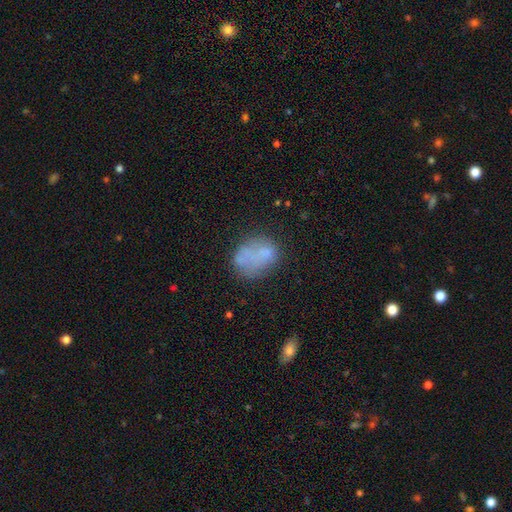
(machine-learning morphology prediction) smooth 55%, featured or disk 30%, star or artifact 14%. Down the decision tree: how rounded — in between (62%); merging — none (50%).